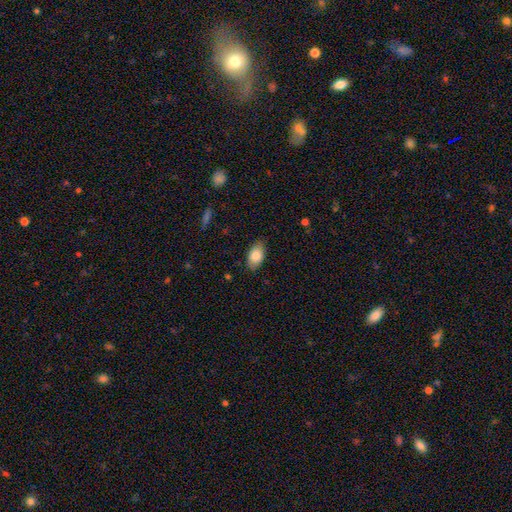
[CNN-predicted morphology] Overall: smooth (82%). How rounded: in between (92%). Merging: none (83%).